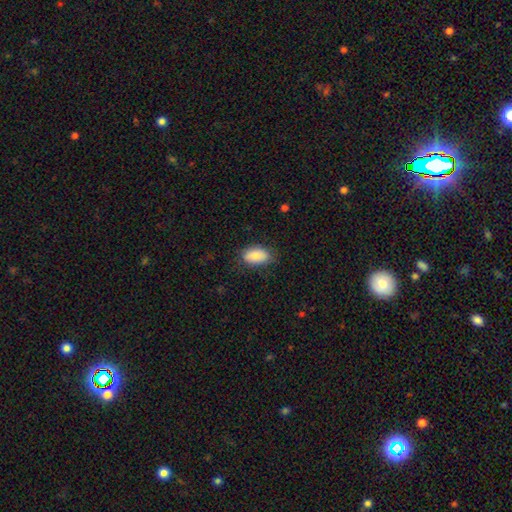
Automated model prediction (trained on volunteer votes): Smooth or featured?
  - smooth: 82% *
  - featured or disk: 11%
  - star or artifact: 7%
How rounded?
  - in between: 92% *
  - round: 6%
  - cigar-shaped: 2%
Merging?
  - none: 78% *
  - minor disturbance: 17%
  - major disturbance: 4%
  - merger: 1%